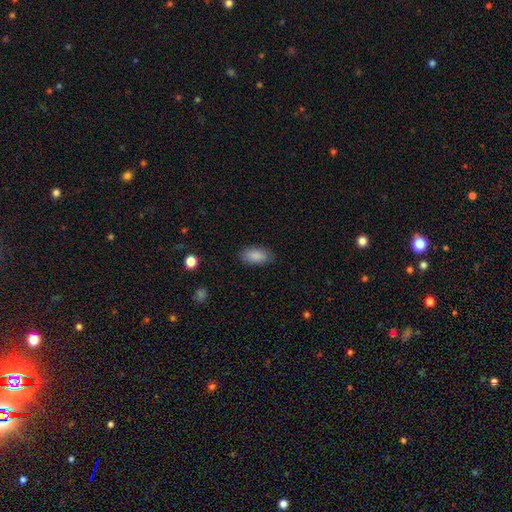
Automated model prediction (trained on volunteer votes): smooth 88%, star or artifact 7%, featured or disk 5%. Down the decision tree: how rounded — in between (92%); merging — none (85%).